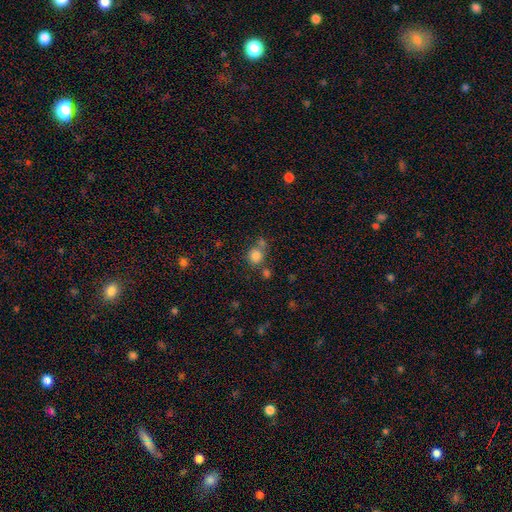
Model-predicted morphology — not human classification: This appears to be a smooth galaxy with no disk features (82%) that is round (86%). Merging: none (61%).